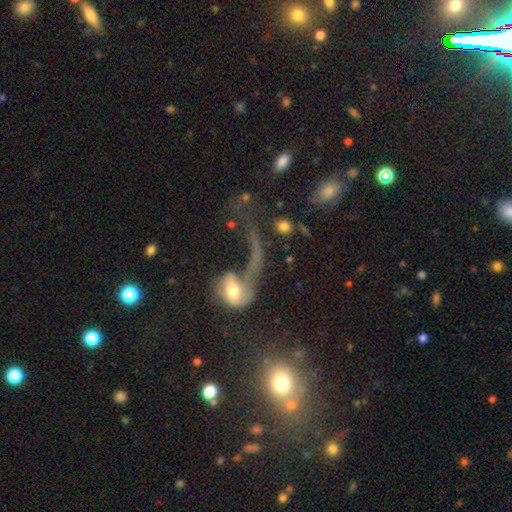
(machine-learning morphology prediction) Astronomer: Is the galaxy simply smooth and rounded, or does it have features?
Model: featured or disk — 55% (runner-up: smooth, 32%).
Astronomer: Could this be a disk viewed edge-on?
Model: no — 93%.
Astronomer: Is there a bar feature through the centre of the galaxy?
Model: no — 66%.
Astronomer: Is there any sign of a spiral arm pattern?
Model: yes — 65%.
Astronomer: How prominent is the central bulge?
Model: moderate — 51% (runner-up: small, 26%).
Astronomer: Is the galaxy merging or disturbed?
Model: major disturbance — 51%.